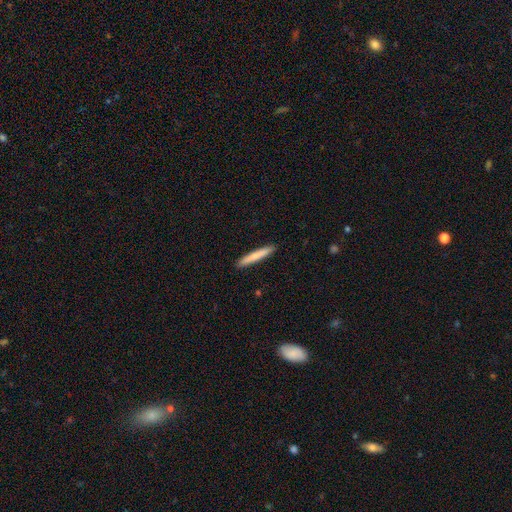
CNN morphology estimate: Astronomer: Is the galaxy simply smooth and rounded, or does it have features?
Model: smooth — 76%.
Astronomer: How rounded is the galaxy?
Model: cigar-shaped — 96%.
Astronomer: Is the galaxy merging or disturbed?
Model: none — 91%.